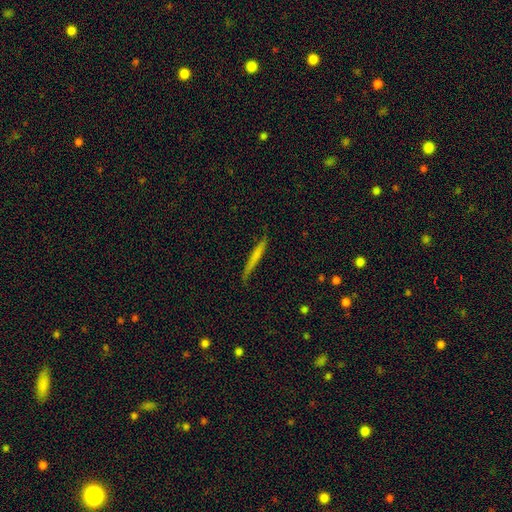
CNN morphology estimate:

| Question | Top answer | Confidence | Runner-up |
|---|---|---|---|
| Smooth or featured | smooth | 62% | featured or disk (32%) |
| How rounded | cigar-shaped | 95% | in between (3%) |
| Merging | none | 79% | minor disturbance (16%) |